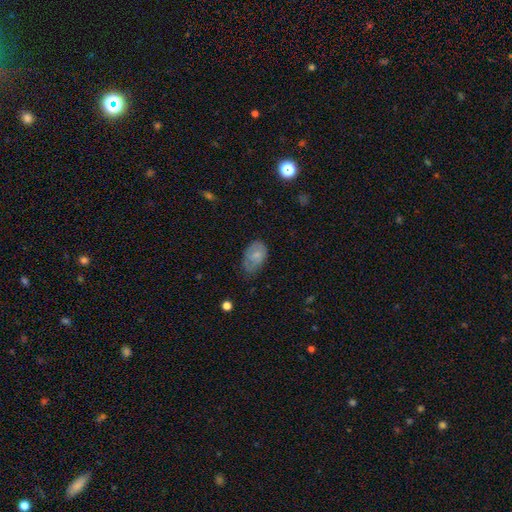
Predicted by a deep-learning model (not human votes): smooth-or-featured: smooth: 65% | featured or disk: 28% | star or artifact: 8%
  how-rounded: in between: 88% | round: 11% | cigar-shaped: 1%
  merging: none: 53% | minor disturbance: 35% | major disturbance: 11% | merger: 2%